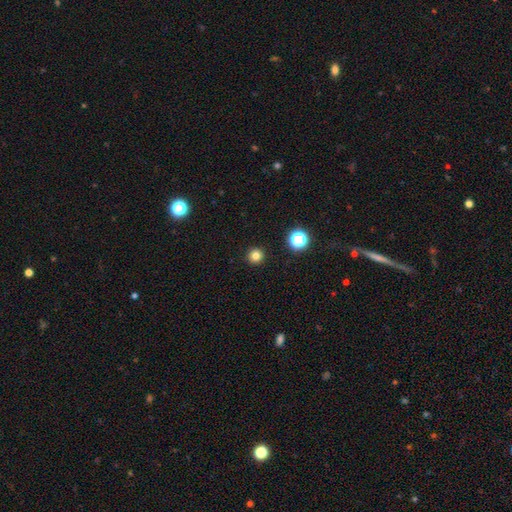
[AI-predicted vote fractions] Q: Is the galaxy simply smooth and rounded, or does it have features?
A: smooth — 79%.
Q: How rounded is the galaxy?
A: round — 95%.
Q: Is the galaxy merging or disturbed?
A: none — 93%.